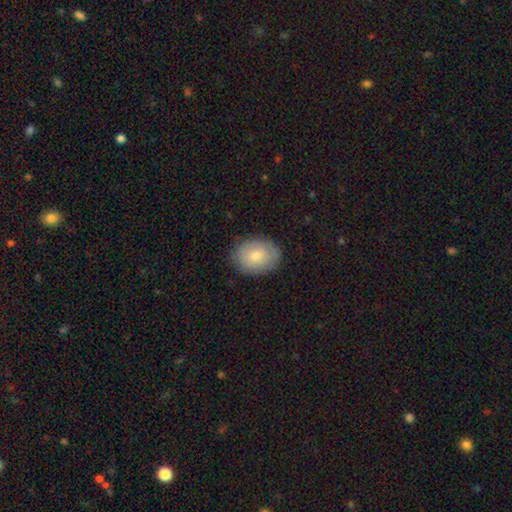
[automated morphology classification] Smooth or featured? Predicted: smooth (p=0.73). How rounded? Predicted: in between (p=0.64). Merging? Predicted: none (p=0.86).